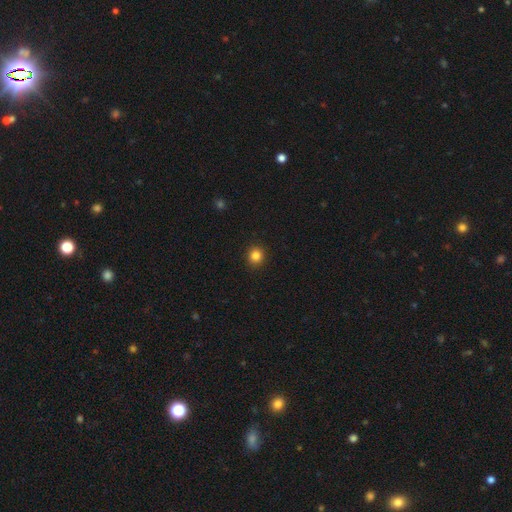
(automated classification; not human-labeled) smooth_or_featured: smooth (p=0.84) [alt: star or artifact p=0.12]
how_rounded: round (p=0.89) [alt: in between p=0.10]
merging: none (p=0.92) [alt: minor disturbance p=0.05]